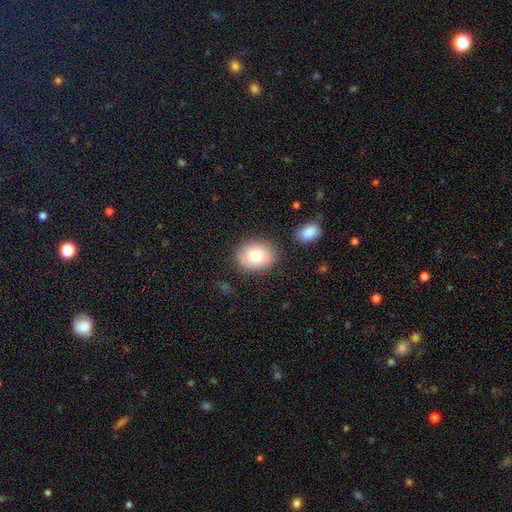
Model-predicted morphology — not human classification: This appears to be a smooth galaxy with no disk features (78%) that is in between round and cigar-shaped (51%). Merging: none (80%).